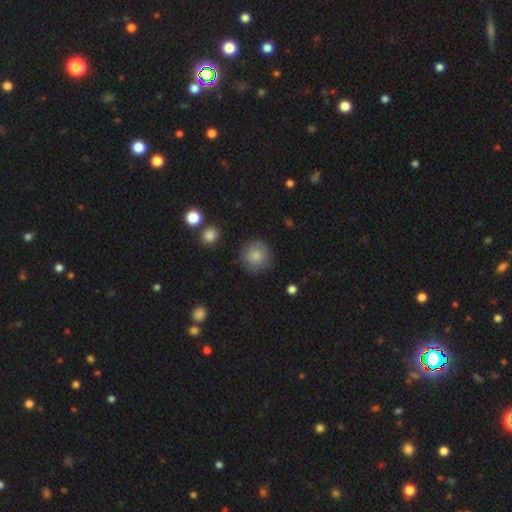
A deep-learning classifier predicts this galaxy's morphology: smooth-or-featured: smooth: 83% | featured or disk: 9% | star or artifact: 8%
  how-rounded: round: 93% | in between: 6% | cigar-shaped: 1%
  merging: none: 85% | minor disturbance: 10% | major disturbance: 3% | merger: 2%